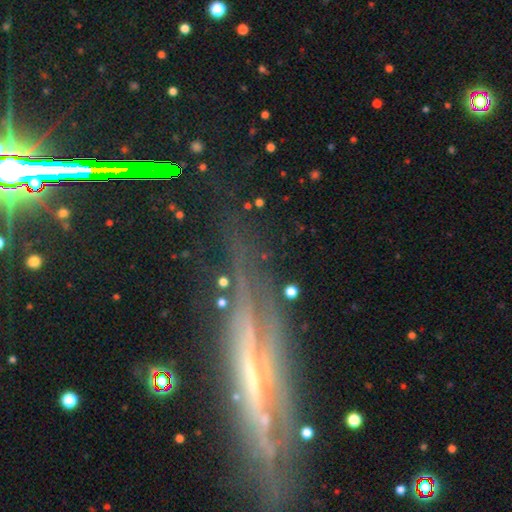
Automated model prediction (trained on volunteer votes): smooth-or-featured: featured or disk: 69% | star or artifact: 16% | smooth: 15%
  disk-edge-on: yes: 87% | no: 13%
    edge-on-bulge: none: 61% | rounded: 25% | boxy: 14%
  merging: none: 72% | minor disturbance: 18% | major disturbance: 7% | merger: 3%